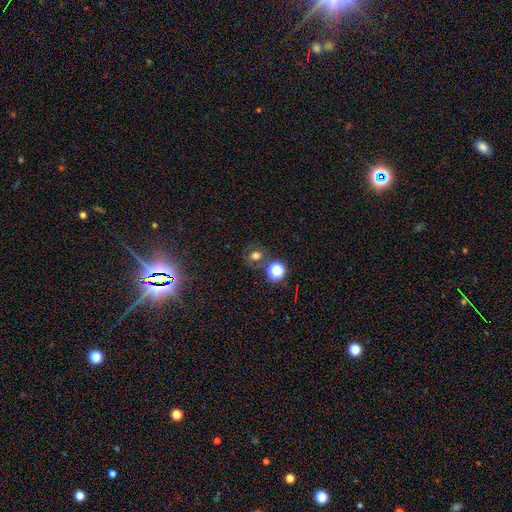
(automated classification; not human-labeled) Smooth or featured: smooth — 60% (star or artifact — 24%)
How rounded: round — 71% (in between — 28%)
Merging: none — 69% (merger — 13%)